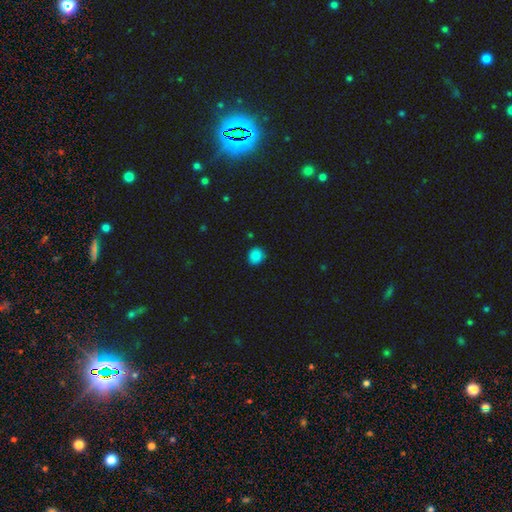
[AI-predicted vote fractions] smooth 86%, star or artifact 11%, featured or disk 3%. Down the decision tree: how rounded — round (79%); merging — none (87%).